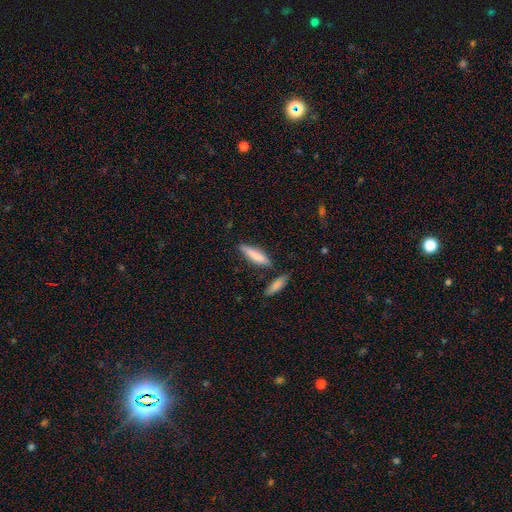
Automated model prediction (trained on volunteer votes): Overall: smooth (79%). How rounded: cigar-shaped (74%). Merging: none (71%).